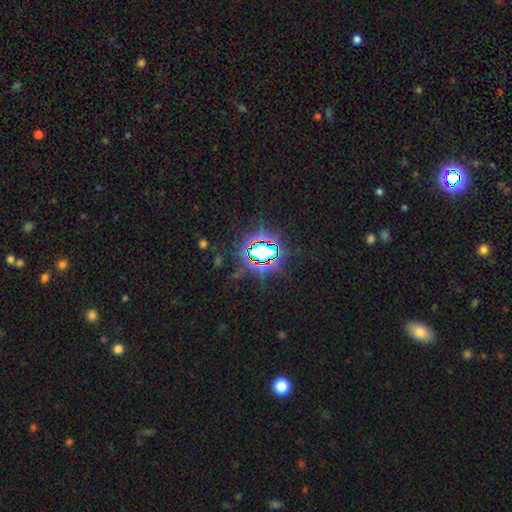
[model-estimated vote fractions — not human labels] star or artifact 81%, smooth 11%, featured or disk 8%.